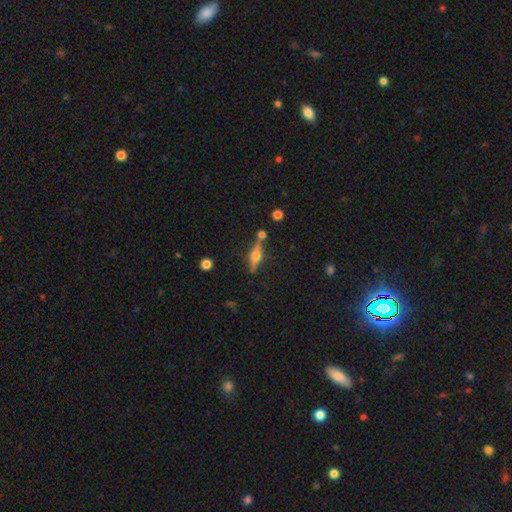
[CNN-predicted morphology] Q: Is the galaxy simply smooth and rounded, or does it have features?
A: featured or disk — 69%.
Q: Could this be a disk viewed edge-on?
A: yes — 96%.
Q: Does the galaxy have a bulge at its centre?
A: rounded — 93%.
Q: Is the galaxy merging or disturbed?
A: none — 78%.